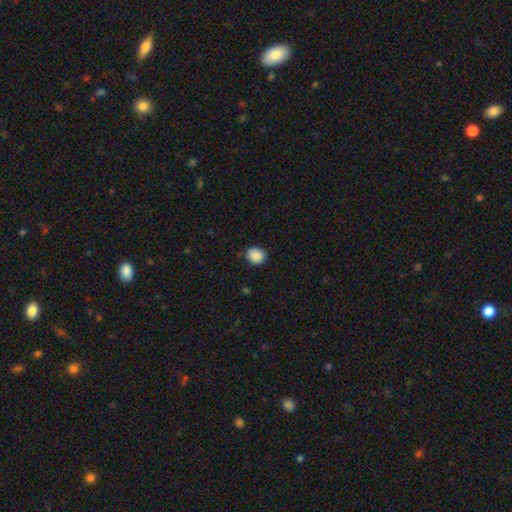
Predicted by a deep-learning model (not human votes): Smooth or featured?
  - smooth: 88% *
  - star or artifact: 9%
  - featured or disk: 3%
How rounded?
  - round: 79% *
  - in between: 20%
  - cigar-shaped: 1%
Merging?
  - none: 86% *
  - minor disturbance: 11%
  - major disturbance: 2%
  - merger: 1%